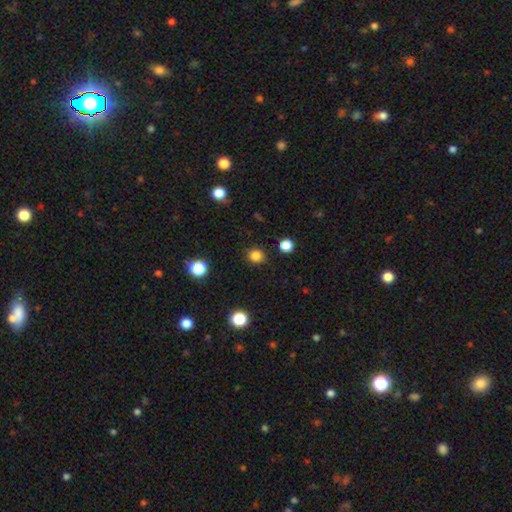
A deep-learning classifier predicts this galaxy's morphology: This appears to be a smooth galaxy with no disk features (84%) that is round (86%). Merging: none (89%).